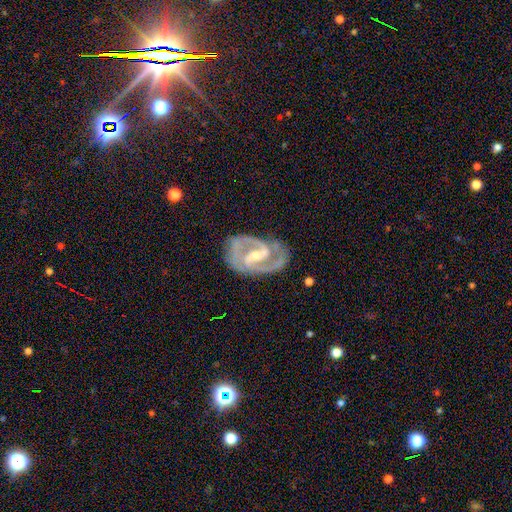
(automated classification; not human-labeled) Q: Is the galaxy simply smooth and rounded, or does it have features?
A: featured or disk — 92%.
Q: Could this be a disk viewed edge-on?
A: no — 97%.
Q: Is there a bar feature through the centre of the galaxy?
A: weak — 44%.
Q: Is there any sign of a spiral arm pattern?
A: yes — 98%.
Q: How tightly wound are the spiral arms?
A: medium — 53%.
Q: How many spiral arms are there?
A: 2 — 88%.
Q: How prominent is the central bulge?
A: small — 50%.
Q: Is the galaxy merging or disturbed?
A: none — 74%.